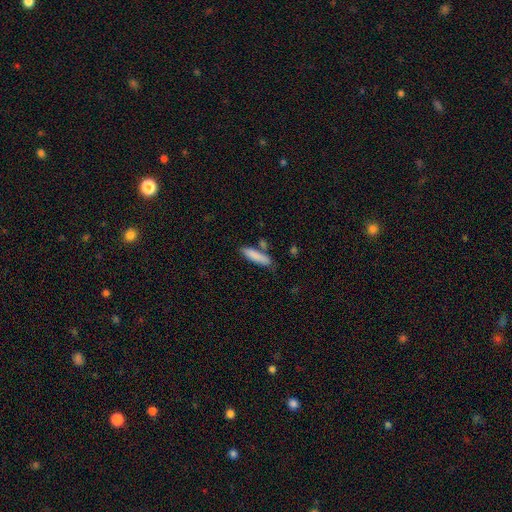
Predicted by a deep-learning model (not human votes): This is clearly a smooth galaxy (85%). How rounded: likely cigar-shaped (71%). Merging: likely none (73%).